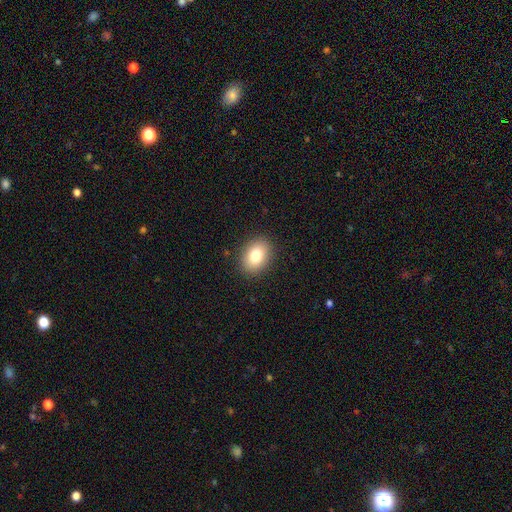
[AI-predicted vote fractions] Morphology: type=smooth (81%); roundness=in between (72%); merging=none (89%).